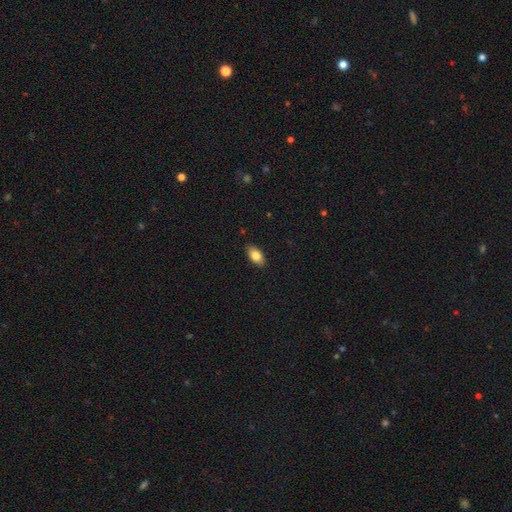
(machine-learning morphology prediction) A smooth galaxy with no disk features (81%) that is in between round and cigar-shaped (92%).

Vote fractions:
- Smooth or featured? smooth: 81% / featured or disk: 11% / star or artifact: 7%
- How rounded? in between: 92% / round: 4% / cigar-shaped: 4%
- Merging? none: 88% / minor disturbance: 9% / major disturbance: 2% / merger: 1%